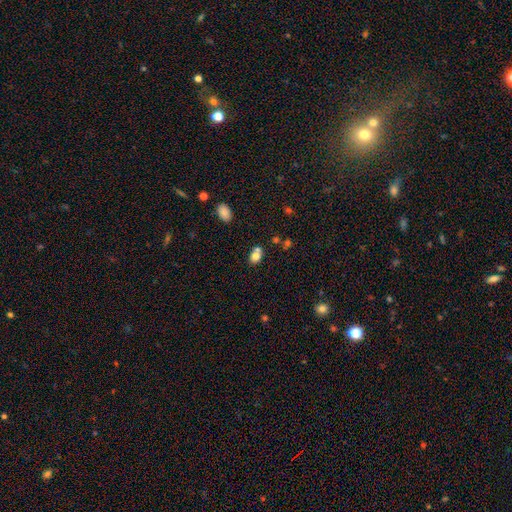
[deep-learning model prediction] Morphology: type=smooth (78%); roundness=in between (60%); merging=none (47%).